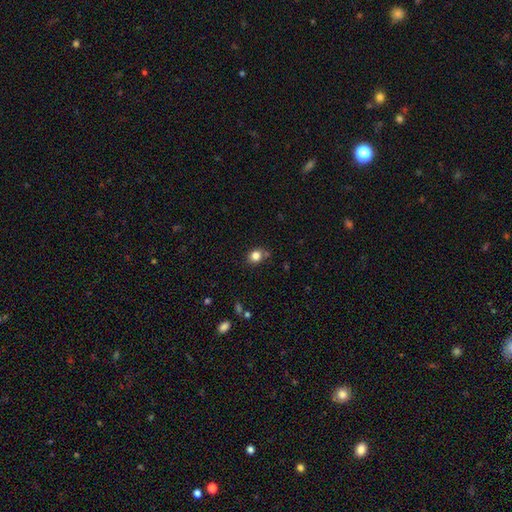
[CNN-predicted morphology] Q: Smooth or featured?
A: smooth (82%); runner-up: star or artifact (12%)
Q: How rounded?
A: round (69%); runner-up: in between (30%)
Q: Merging?
A: none (78%); runner-up: minor disturbance (13%)